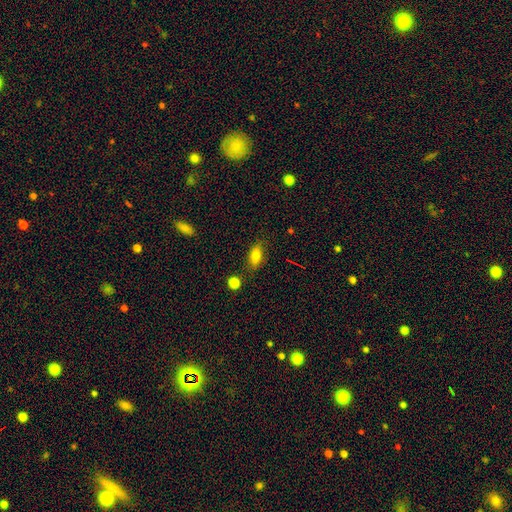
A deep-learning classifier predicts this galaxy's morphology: Smooth or featured: smooth — 78% (featured or disk — 12%)
How rounded: in between — 83% (cigar-shaped — 10%)
Merging: none — 79% (minor disturbance — 14%)